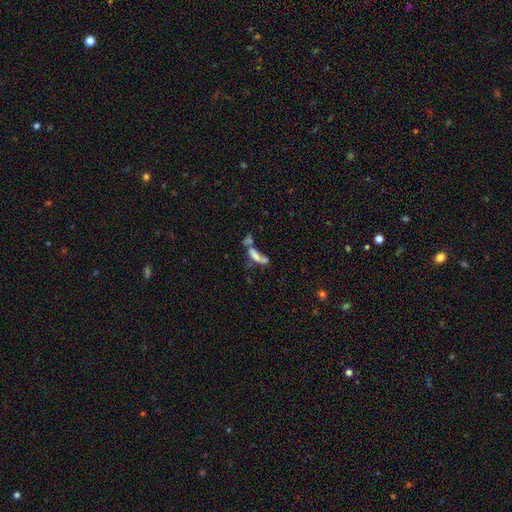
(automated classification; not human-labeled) Smooth or featured: smooth — 56% (featured or disk — 29%)
How rounded: in between — 50% (cigar-shaped — 46%)
Merging: merger — 52% (none — 20%)